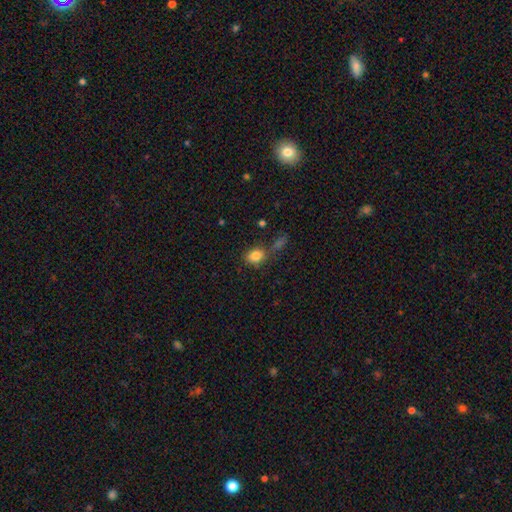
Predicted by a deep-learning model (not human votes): Overall: smooth (84%). How rounded: in between (64%; round 35%). Merging: none (65%).